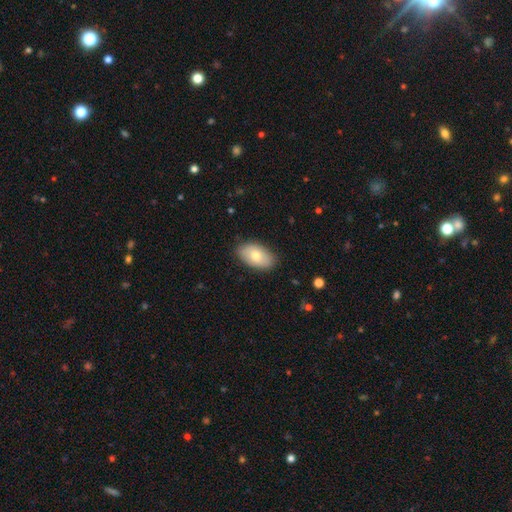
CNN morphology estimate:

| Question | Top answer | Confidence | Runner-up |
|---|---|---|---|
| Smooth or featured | smooth | 72% | featured or disk (21%) |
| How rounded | in between | 93% | round (6%) |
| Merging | none | 84% | minor disturbance (13%) |